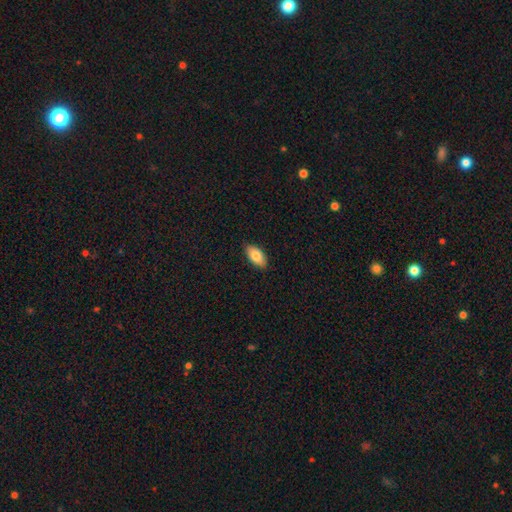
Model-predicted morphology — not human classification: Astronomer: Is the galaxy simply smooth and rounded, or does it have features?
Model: smooth — 81%.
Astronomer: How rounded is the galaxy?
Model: in between — 93%.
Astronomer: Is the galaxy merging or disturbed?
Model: none — 88%.